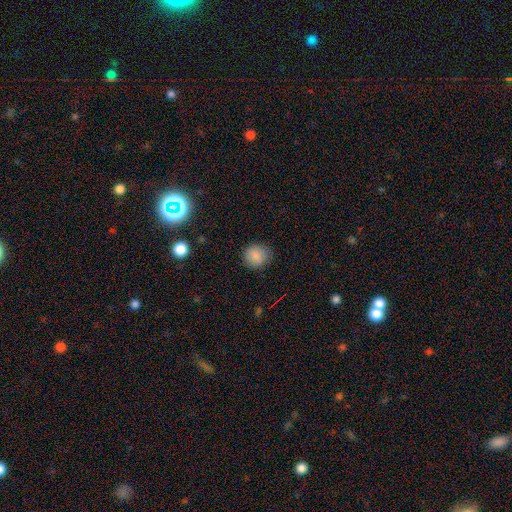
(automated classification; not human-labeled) smooth 85%, star or artifact 10%, featured or disk 5%. Down the decision tree: how rounded — round (83%); merging — none (83%).